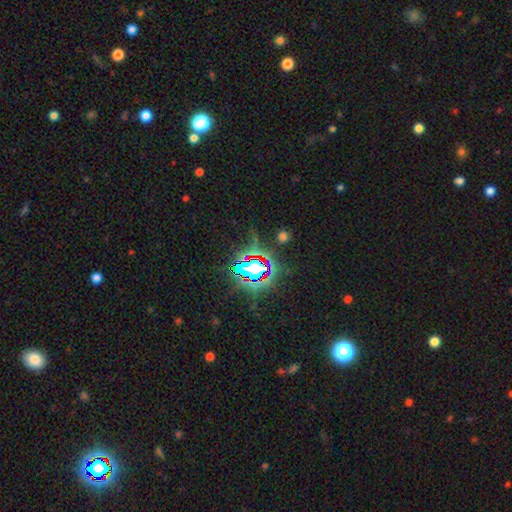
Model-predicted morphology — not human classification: A star or artifact, not a galaxy (83%).

Vote fractions:
- Smooth or featured? star or artifact: 83% / smooth: 10% / featured or disk: 7%